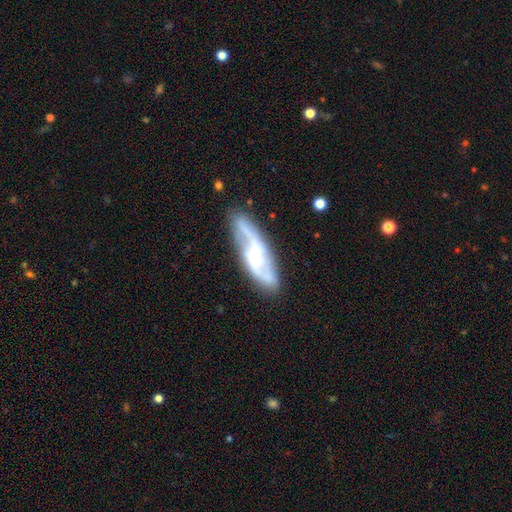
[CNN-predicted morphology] Smooth or featured? featured or disk (73%)
Edge-on disk? no (82%)
Bar? no (44%)
Spiral arms? yes (91%)
Spiral winding? medium (42%)
Spiral arm count? 2 (72%)
Bulge size? small (46%)
Merging? none (70%)